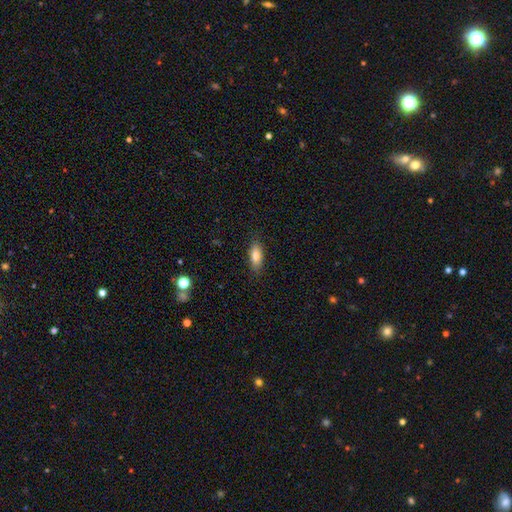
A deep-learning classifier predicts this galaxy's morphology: This appears to be a smooth galaxy with no disk features (78%) that is in between round and cigar-shaped (75%). Merging: none (84%).